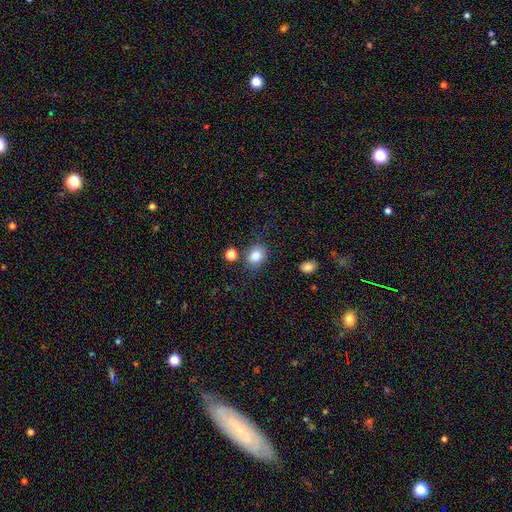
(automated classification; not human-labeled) smooth-or-featured: smooth: 83% | star or artifact: 10% | featured or disk: 6%
  how-rounded: round: 50% | in between: 49% | cigar-shaped: 1%
  merging: none: 77% | minor disturbance: 13% | merger: 7% | major disturbance: 4%